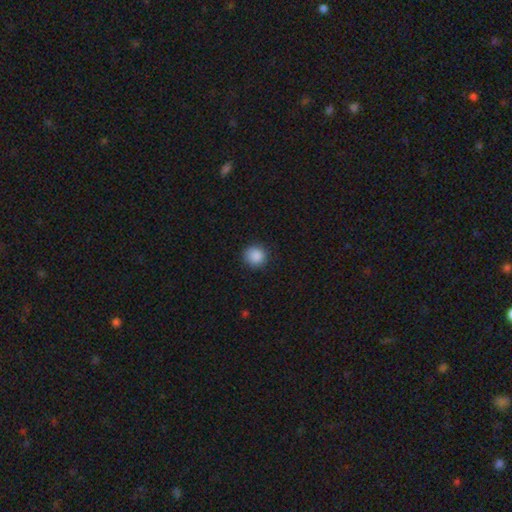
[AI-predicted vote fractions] smooth_or_featured: smooth (p=0.88) [alt: star or artifact p=0.09]
how_rounded: round (p=0.91) [alt: in between p=0.08]
merging: none (p=0.88) [alt: minor disturbance p=0.09]